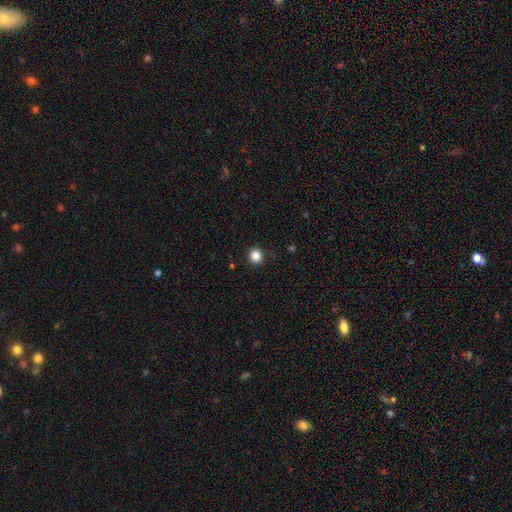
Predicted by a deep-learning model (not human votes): This appears to be a smooth galaxy with no disk features (85%) that is round (89%). Merging: none (91%).